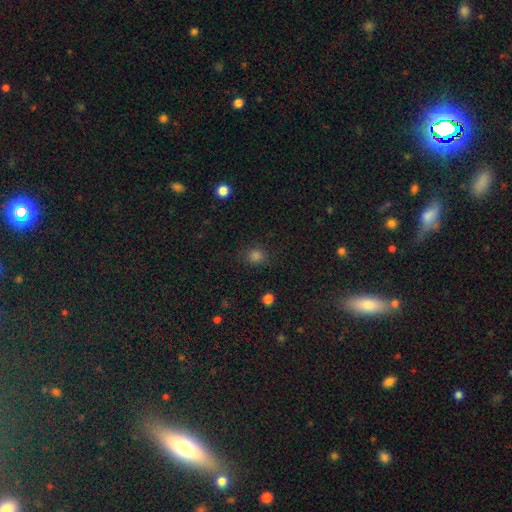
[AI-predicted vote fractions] Morphology: type=smooth (79%); roundness=round (80%); merging=none (84%).